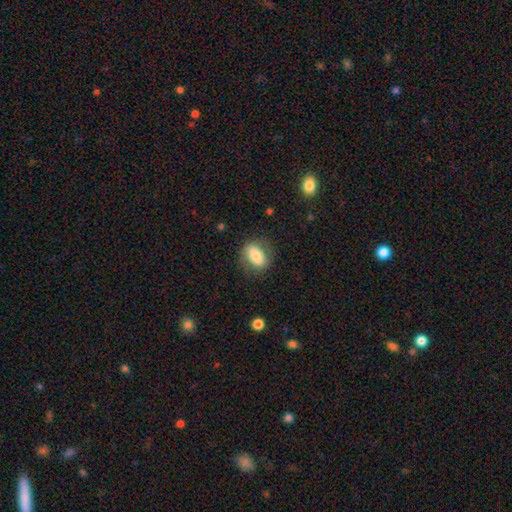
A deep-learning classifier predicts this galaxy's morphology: Smooth or featured: smooth — 70% (featured or disk — 22%)
How rounded: in between — 81% (round — 16%)
Merging: none — 72% (minor disturbance — 18%)